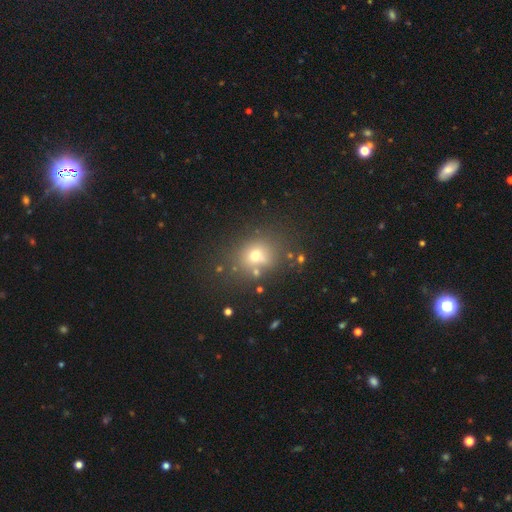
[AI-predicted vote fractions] Overall: smooth (66%). How rounded: round (70%). Merging: none (70%).